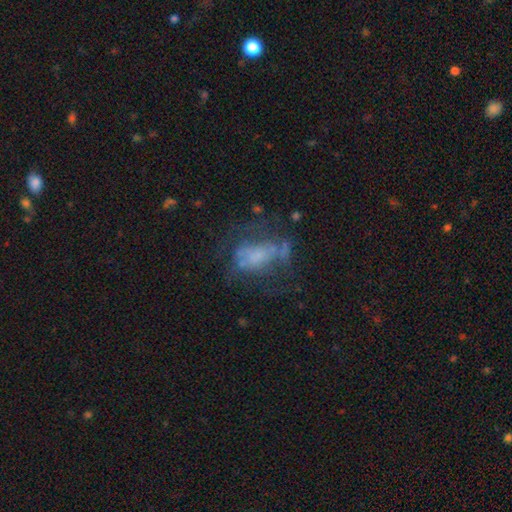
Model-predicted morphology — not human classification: The model was most divided on "merging": none: 38%, major disturbance: 34%, minor disturbance: 20%, merger: 7%. Remaining: edge-on disk — no (95%); bar — no (73%); spiral arms — no (67%); smooth or featured — featured or disk (54%); bulge size — none (45%).